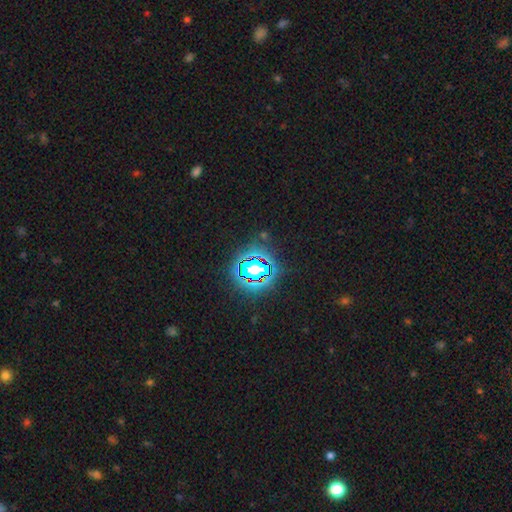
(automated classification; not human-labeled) A star or artifact, not a galaxy (81%).